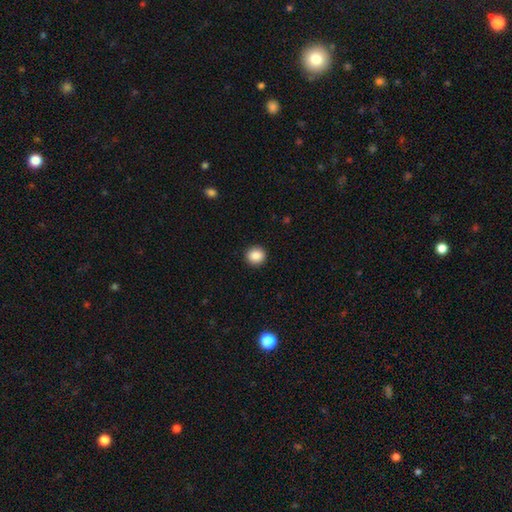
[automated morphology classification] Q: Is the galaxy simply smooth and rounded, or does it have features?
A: smooth — 88%.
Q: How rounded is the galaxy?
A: round — 91%.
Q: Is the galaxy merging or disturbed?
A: none — 92%.